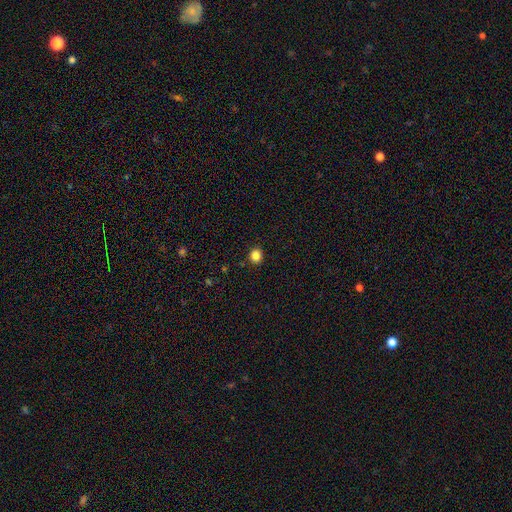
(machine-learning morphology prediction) A smooth galaxy with no disk features (85%) that is round (78%). Merging: none (90%).